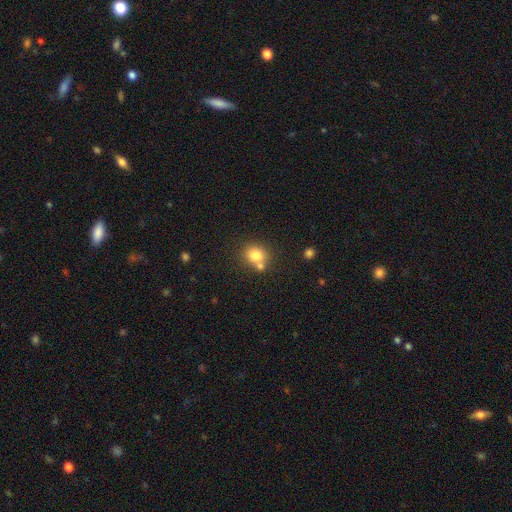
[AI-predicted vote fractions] Overall: smooth (79%). How rounded: round (76%). Merging: none (58%; merger 28%).